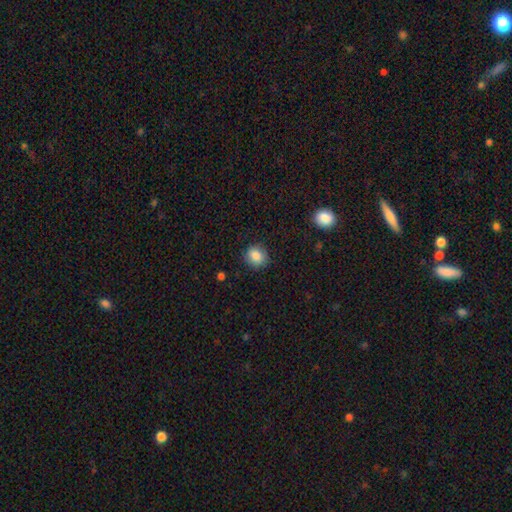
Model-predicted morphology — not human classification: smooth-or-featured: smooth: 86% | star or artifact: 10% | featured or disk: 5%
  how-rounded: round: 83% | in between: 16% | cigar-shaped: 1%
  merging: none: 85% | minor disturbance: 11% | major disturbance: 3% | merger: 1%